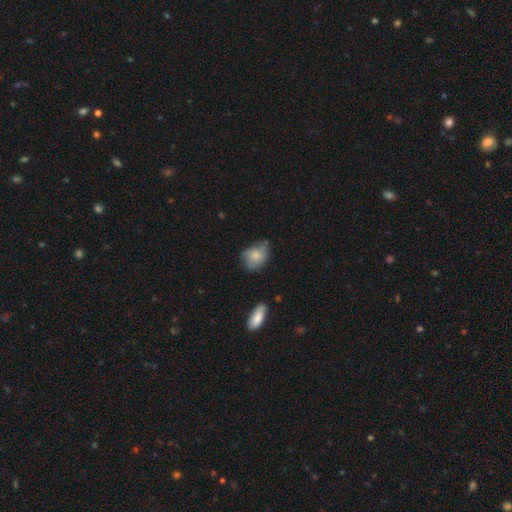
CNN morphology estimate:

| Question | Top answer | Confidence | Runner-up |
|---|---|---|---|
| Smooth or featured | smooth | 73% | featured or disk (20%) |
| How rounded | in between | 60% | round (38%) |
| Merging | none | 43% | minor disturbance (42%) |